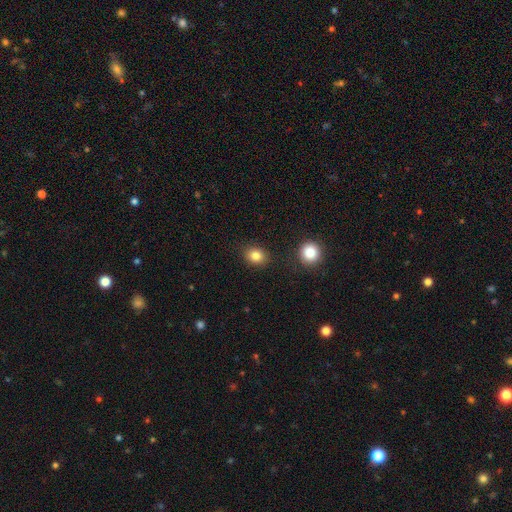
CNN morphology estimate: Overall: smooth (84%). How rounded: round (59%; in between 40%). Merging: none (85%).